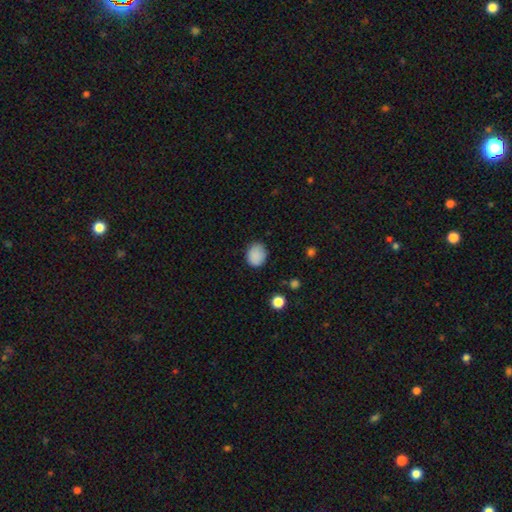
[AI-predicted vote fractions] Overall: smooth (88%). How rounded: round (54%; in between 45%). Merging: none (80%).